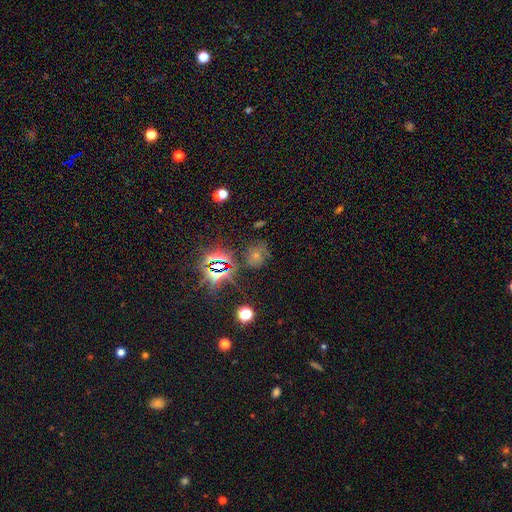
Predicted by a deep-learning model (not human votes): Morphology: type=star or artifact (46%).